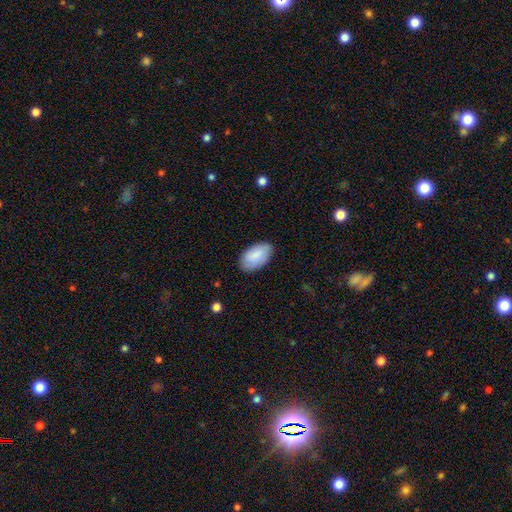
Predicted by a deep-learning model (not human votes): A smooth galaxy with no disk features (86%) that is in between round and cigar-shaped (95%). Merging: none (82%).